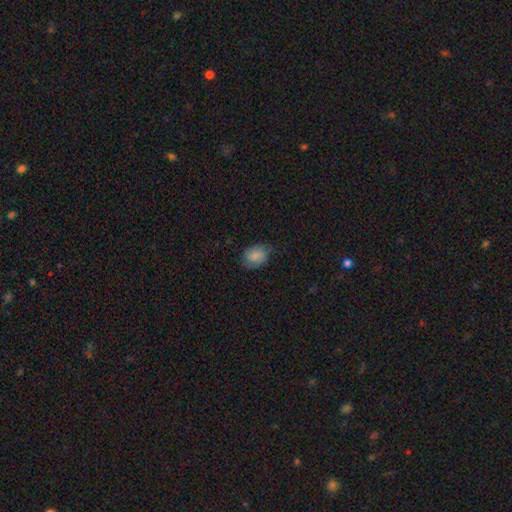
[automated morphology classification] The model was most divided on "how rounded": in between: 67%, round: 32%, cigar-shaped: 1%. More confident: smooth or featured — smooth (71%); merging — none (65%).